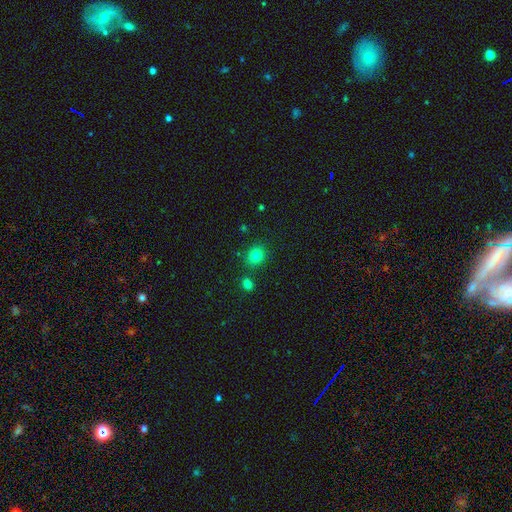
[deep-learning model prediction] This appears to be a smooth galaxy with no disk features (81%) that is round (75%). Merging: none (82%).